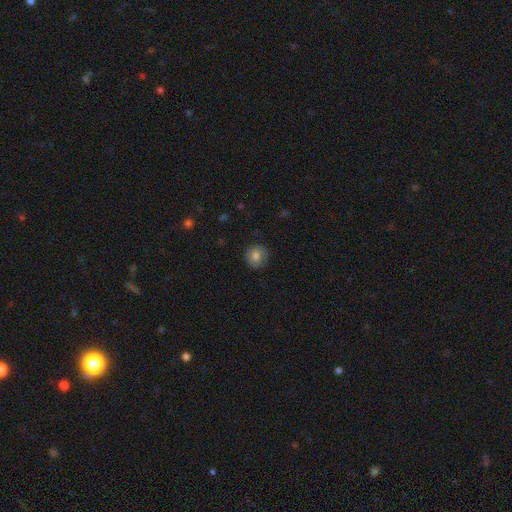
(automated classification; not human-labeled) Smooth or featured? Predicted: smooth (p=0.81). How rounded? Predicted: round (p=0.90). Merging? Predicted: none (p=0.86).